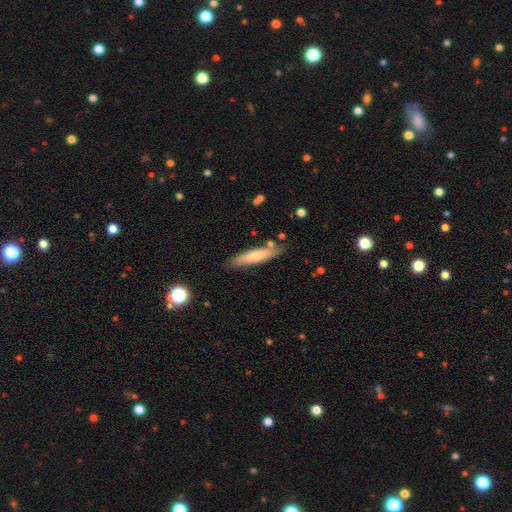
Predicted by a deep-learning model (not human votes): Smooth or featured: smooth — 65% (featured or disk — 29%)
How rounded: cigar-shaped — 84% (in between — 14%)
Merging: none — 80% (minor disturbance — 13%)